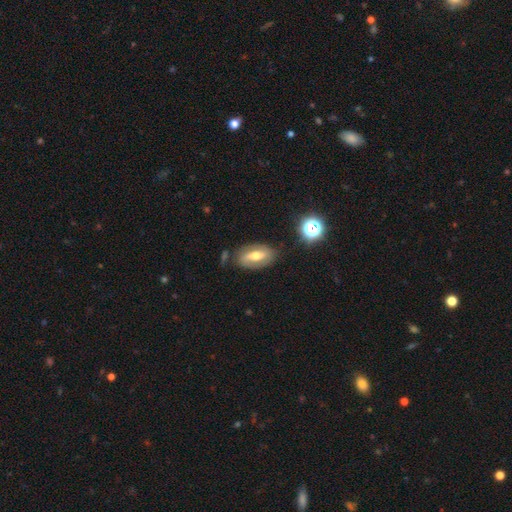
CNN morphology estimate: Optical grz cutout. It shows a featured or disk galaxy (58%) with a strong bar (46%), spiral arms (65%) and a moderate central bulge (70%). Merging: none (77%).